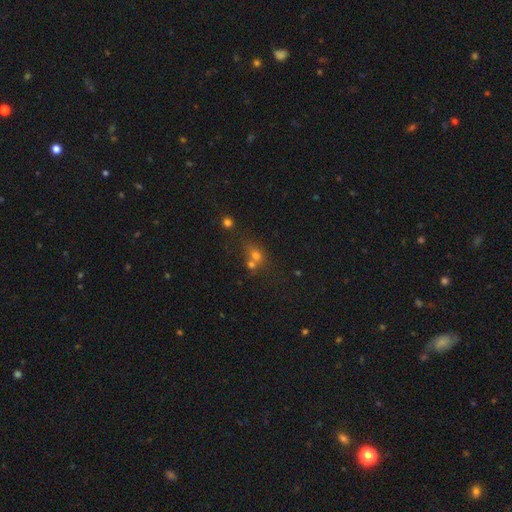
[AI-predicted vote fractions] Morphology: type=smooth (61%); roundness=round (63%); merging=merger (45%).